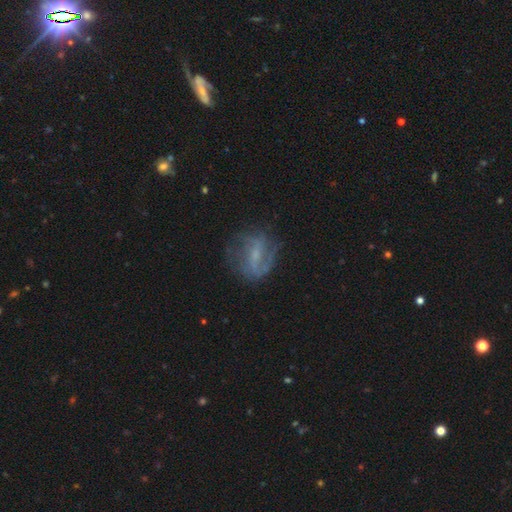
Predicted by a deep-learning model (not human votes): This is likely a featured or disk galaxy (69%). It is clearly not viewed edge-on (95%). Bar: possibly weak (47%). Spiral arm pattern: likely yes (79%). Spiral arm count: possibly 2 (60%). Spiral winding: marginally medium (40%, tied with loose). Central bulge: possibly small (52%). Merging: likely none (65%).